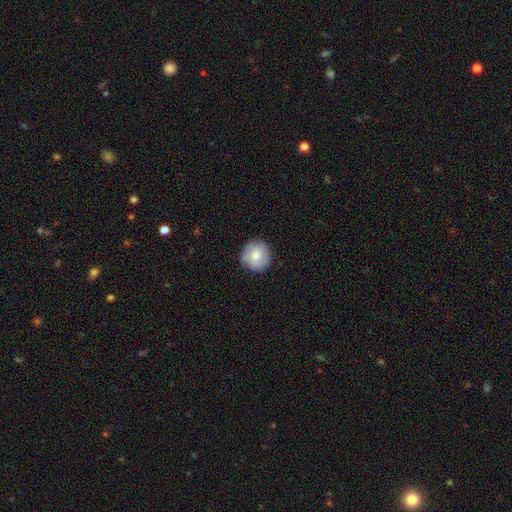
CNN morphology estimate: smooth_or_featured: smooth (p=0.73) [alt: featured or disk p=0.19]
how_rounded: round (p=0.94) [alt: in between p=0.05]
merging: none (p=0.83) [alt: minor disturbance p=0.14]